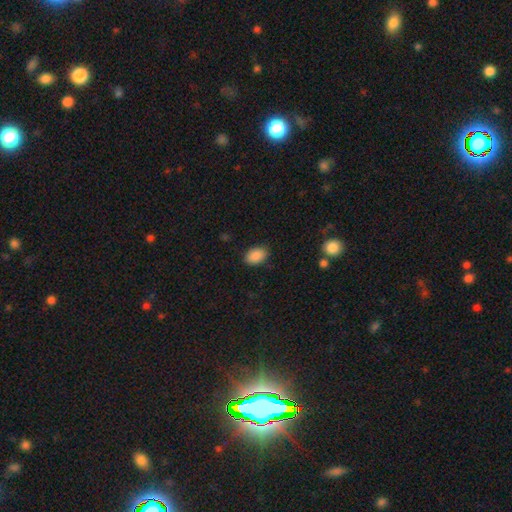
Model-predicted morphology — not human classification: type=smooth (89%); roundness=in between (85%); merging=none (86%).